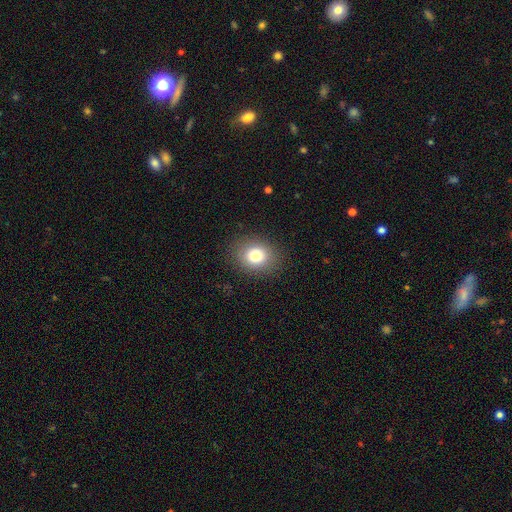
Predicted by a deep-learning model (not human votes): The model was most divided on "how rounded": round: 58%, in between: 41%, cigar-shaped: 1%. More confident: merging — none (87%); smooth or featured — smooth (79%).